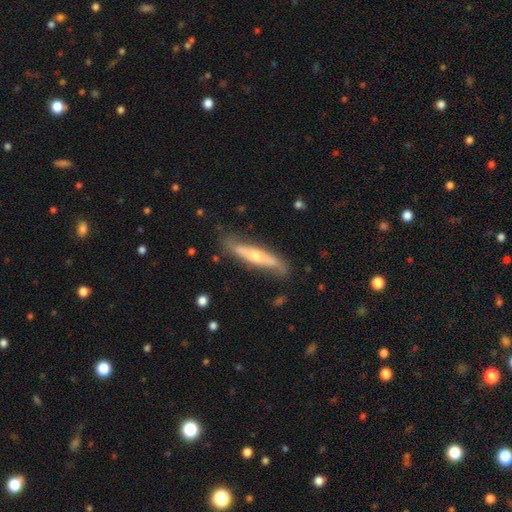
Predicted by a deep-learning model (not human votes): Smooth or featured?
  - featured or disk: 61% *
  - smooth: 34%
  - star or artifact: 5%
Edge-on disk?
  - yes: 75% *
  - no: 25%
Merging?
  - none: 75% *
  - minor disturbance: 19%
  - major disturbance: 4%
  - merger: 2%